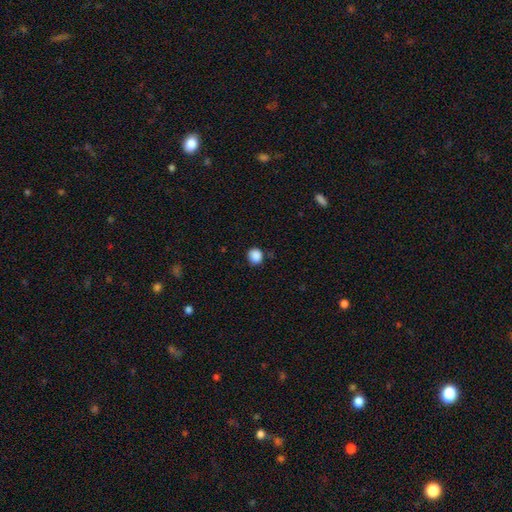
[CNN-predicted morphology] A smooth galaxy with no disk features (88%) that is round (84%).

Vote fractions:
- Smooth or featured? smooth: 88% / star or artifact: 10% / featured or disk: 3%
- How rounded? round: 84% / in between: 15% / cigar-shaped: 1%
- Merging? none: 81% / minor disturbance: 14% / major disturbance: 3% / merger: 2%